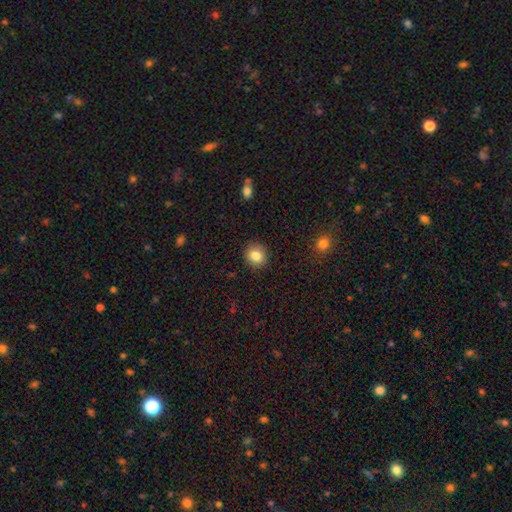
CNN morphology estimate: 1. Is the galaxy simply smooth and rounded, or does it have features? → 84% smooth, 10% star or artifact, 7% featured or disk.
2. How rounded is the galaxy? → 84% round, 15% in between, 1% cigar-shaped.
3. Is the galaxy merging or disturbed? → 90% none, 7% minor disturbance, 2% major disturbance, 1% merger.